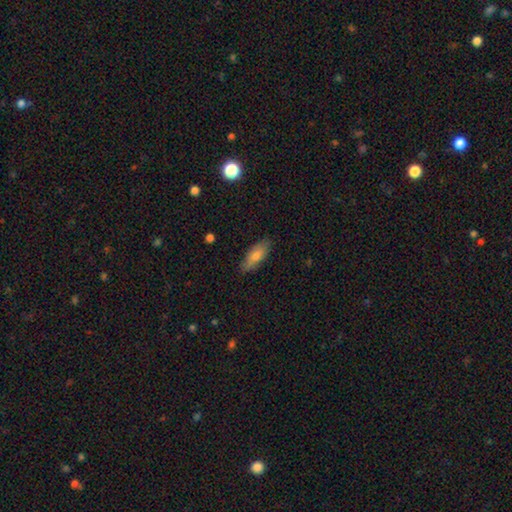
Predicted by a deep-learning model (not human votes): Smooth or featured? Predicted: smooth (p=0.68). How rounded? Predicted: in between (p=0.69). Merging? Predicted: none (p=0.85).